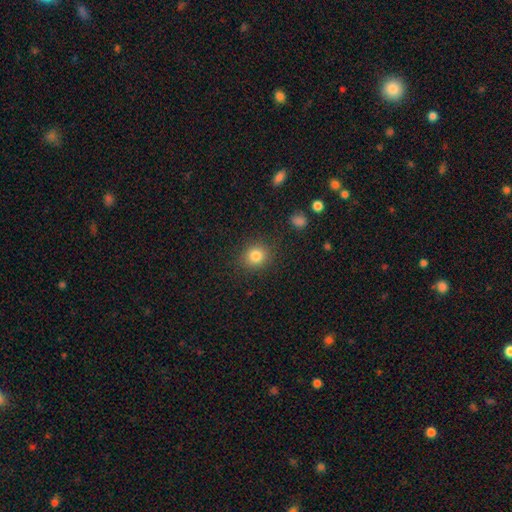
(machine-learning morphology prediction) This is clearly a smooth galaxy (83%). How rounded: clearly round (83%). Merging: clearly none (87%).